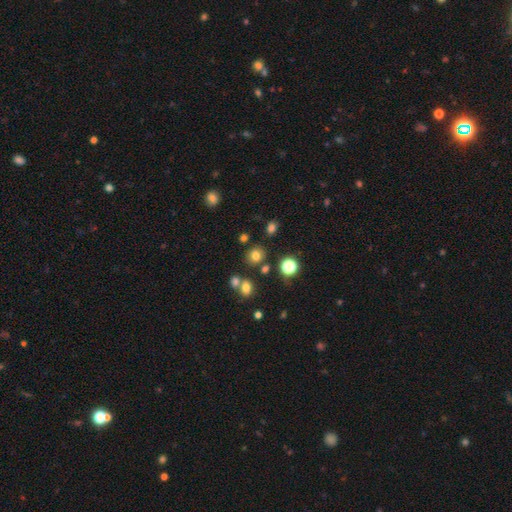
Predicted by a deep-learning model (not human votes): smooth-or-featured: smooth: 75% | star or artifact: 18% | featured or disk: 7%
  how-rounded: round: 78% | in between: 21% | cigar-shaped: 1%
  merging: none: 78% | merger: 9% | minor disturbance: 9% | major disturbance: 3%